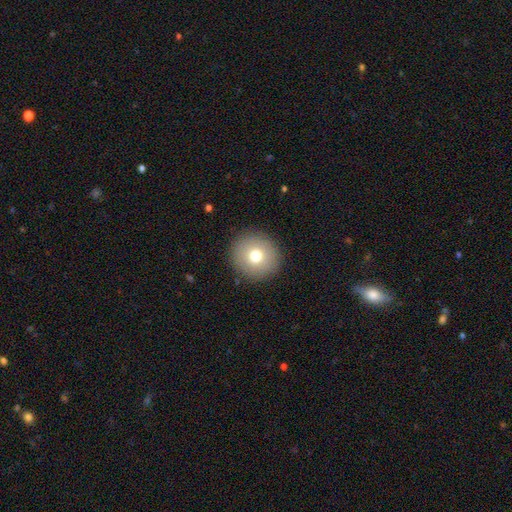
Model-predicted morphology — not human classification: The model was most divided on "smooth or featured": smooth: 74%, featured or disk: 15%, star or artifact: 11%. More confident: how rounded — round (93%); merging — none (91%).